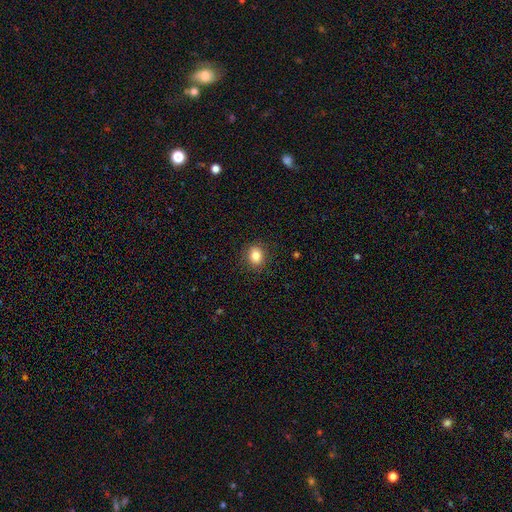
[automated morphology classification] smooth-or-featured: smooth: 83% | star or artifact: 10% | featured or disk: 6%
  how-rounded: round: 61% | in between: 38% | cigar-shaped: 1%
  merging: none: 89% | minor disturbance: 8% | major disturbance: 2% | merger: 1%